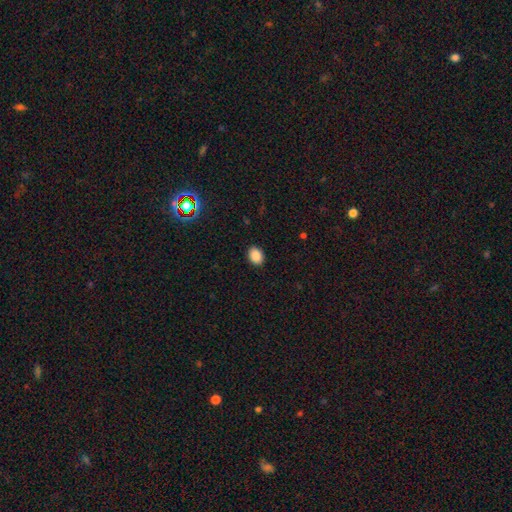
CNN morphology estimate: type=smooth (88%); roundness=in between (66%); merging=none (90%).